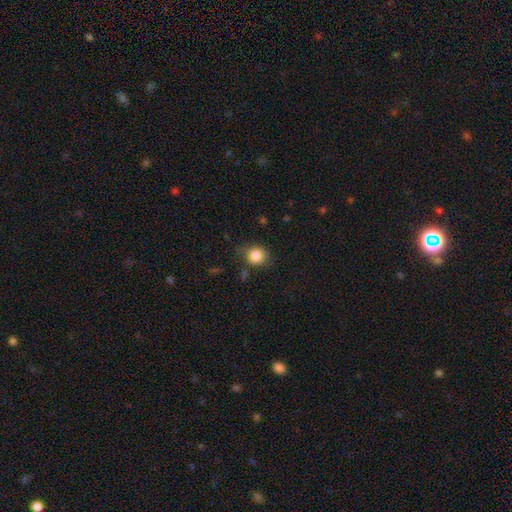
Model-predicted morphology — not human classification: Q: Smooth or featured?
A: smooth (84%); runner-up: star or artifact (10%)
Q: How rounded?
A: round (79%); runner-up: in between (20%)
Q: Merging?
A: none (72%); runner-up: minor disturbance (19%)